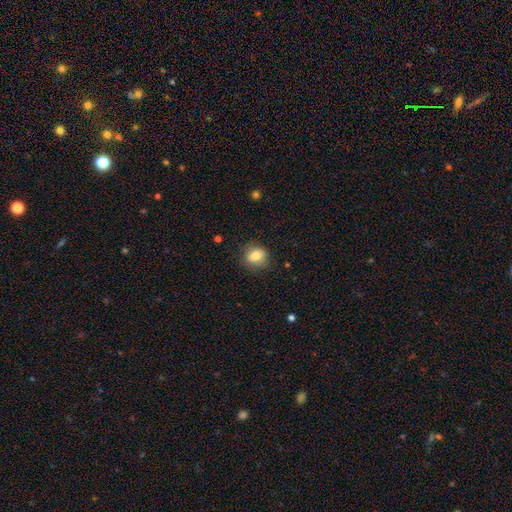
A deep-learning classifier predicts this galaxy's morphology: smooth_or_featured: smooth (p=0.81) [alt: featured or disk p=0.10]
how_rounded: round (p=0.63) [alt: in between p=0.35]
merging: none (p=0.80) [alt: minor disturbance p=0.15]